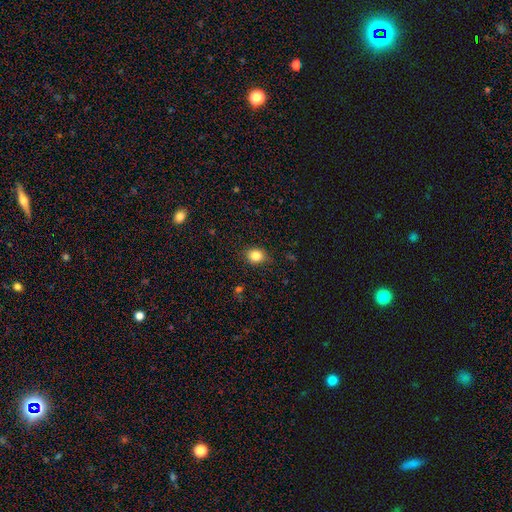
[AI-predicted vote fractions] A smooth galaxy with no disk features (83%) that is round (61%).

Vote fractions:
- Smooth or featured? smooth: 83% / star or artifact: 11% / featured or disk: 6%
- How rounded? round: 61% / in between: 38% / cigar-shaped: 1%
- Merging? none: 86% / minor disturbance: 11% / major disturbance: 3% / merger: 1%